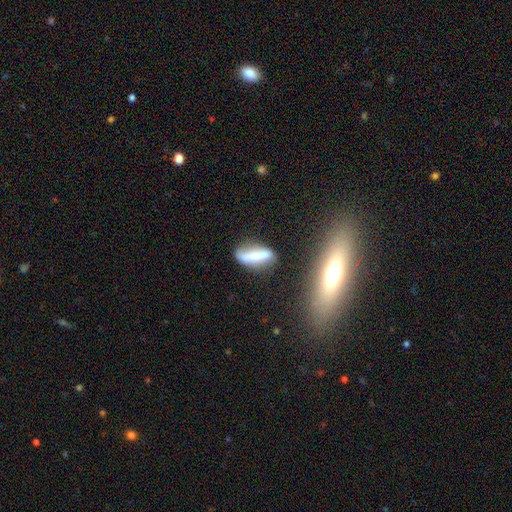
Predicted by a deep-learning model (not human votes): Q: Smooth or featured?
A: smooth (62%); runner-up: featured or disk (29%)
Q: How rounded?
A: in between (54%); runner-up: cigar-shaped (43%)
Q: Merging?
A: none (53%); runner-up: minor disturbance (27%)